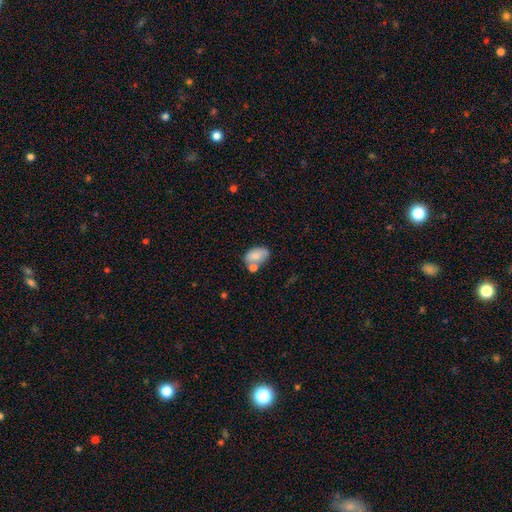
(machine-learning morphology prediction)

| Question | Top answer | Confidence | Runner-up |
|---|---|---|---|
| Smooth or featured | smooth | 79% | featured or disk (14%) |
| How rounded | in between | 89% | round (9%) |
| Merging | none | 47% | merger (27%) |